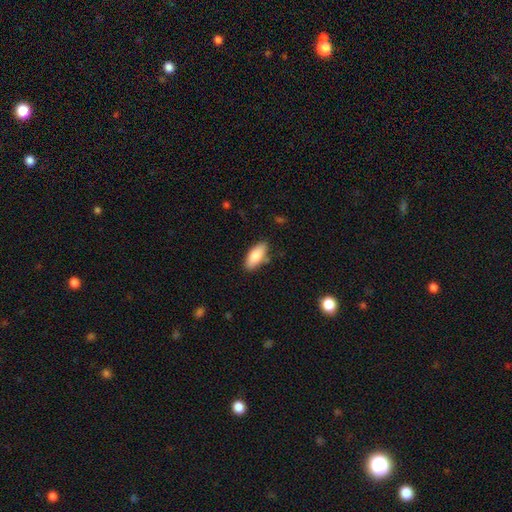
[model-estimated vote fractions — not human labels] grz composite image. It shows a smooth galaxy with no disk features (85%) that is in between round and cigar-shaped (83%). Merging: none (82%).